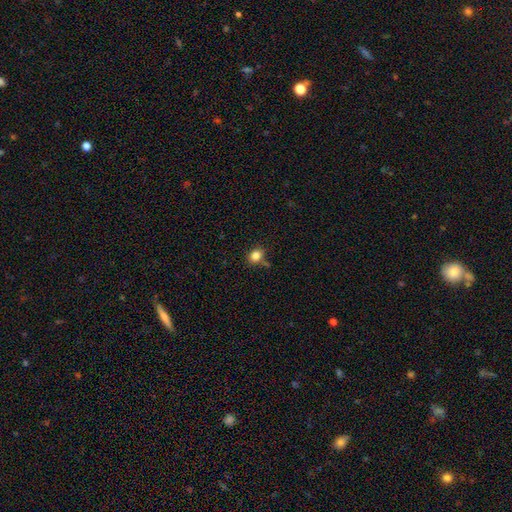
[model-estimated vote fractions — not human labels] Morphology: type=smooth (83%); roundness=round (62%); merging=none (74%).